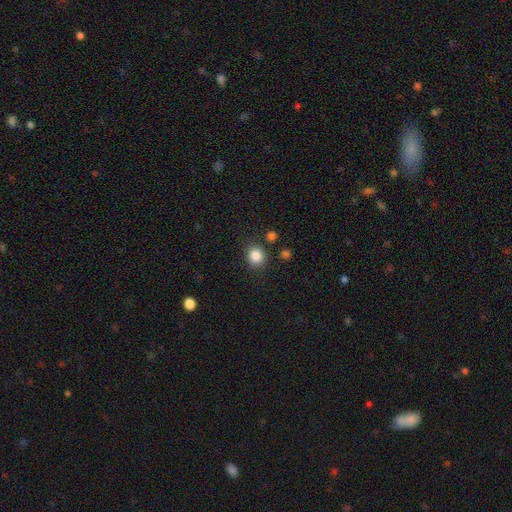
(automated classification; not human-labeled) smooth-or-featured: smooth: 86% | star or artifact: 10% | featured or disk: 4%
  how-rounded: round: 79% | in between: 20% | cigar-shaped: 1%
  merging: none: 83% | minor disturbance: 9% | merger: 4% | major disturbance: 3%